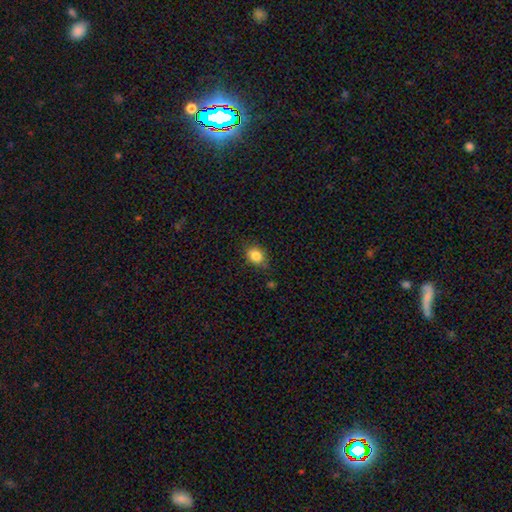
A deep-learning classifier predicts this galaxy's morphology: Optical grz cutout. It shows a smooth galaxy with no disk features (85%) that is in between round and cigar-shaped (58%). Merging: none (75%).